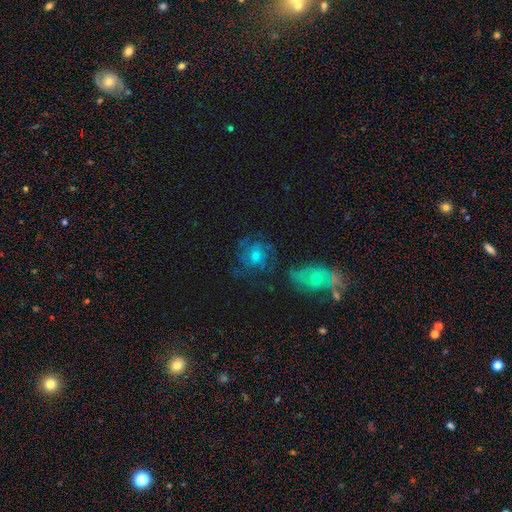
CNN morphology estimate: Overall: featured or disk (70%). Edge-on disk: no (97%). Bar: no (66%; weak 29%). Spiral arms: yes (91%). Spiral arm count: can't tell (30%; 3 29%). Spiral winding: tight (47%; medium 41%). Bulge size: moderate (53%; small 33%). Merging: none (63%).